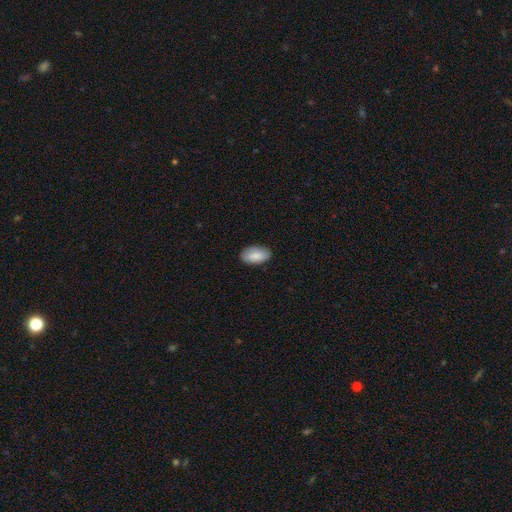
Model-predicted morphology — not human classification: smooth_or_featured: smooth (p=0.85) [alt: featured or disk p=0.09]
how_rounded: in between (p=0.95) [alt: round p=0.03]
merging: none (p=0.84) [alt: minor disturbance p=0.12]